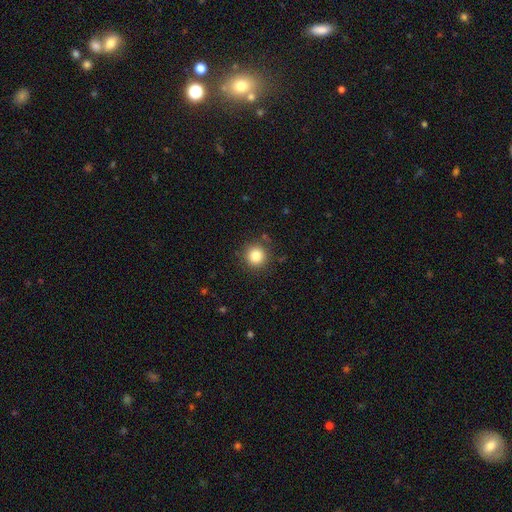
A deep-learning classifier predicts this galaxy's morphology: The model was most divided on "smooth or featured": smooth: 84%, star or artifact: 11%, featured or disk: 5%. More confident: how rounded — round (94%); merging — none (87%).